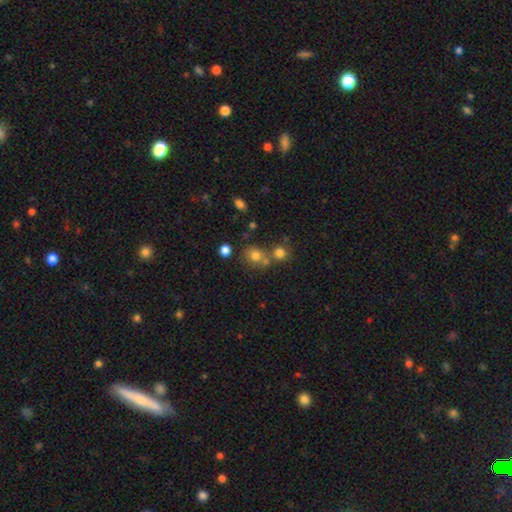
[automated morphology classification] Smooth or featured? smooth (70%)
How rounded? round (77%)
Merging? none (55%)